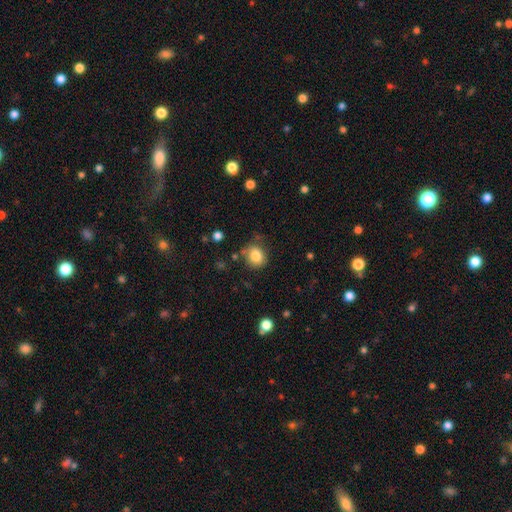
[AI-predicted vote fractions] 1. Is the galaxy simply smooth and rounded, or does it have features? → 83% smooth, 10% star or artifact, 7% featured or disk.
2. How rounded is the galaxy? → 71% round, 28% in between, 1% cigar-shaped.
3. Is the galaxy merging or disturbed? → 72% none, 18% minor disturbance, 5% major disturbance, 5% merger.